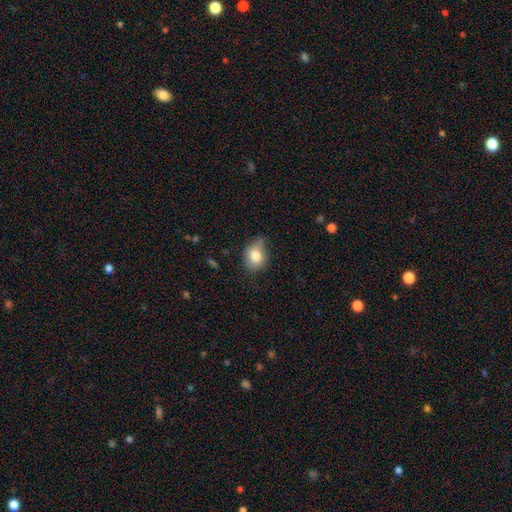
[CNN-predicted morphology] Smooth or featured? Predicted: smooth (p=0.79). How rounded? Predicted: in between (p=0.56). Merging? Predicted: none (p=0.58).